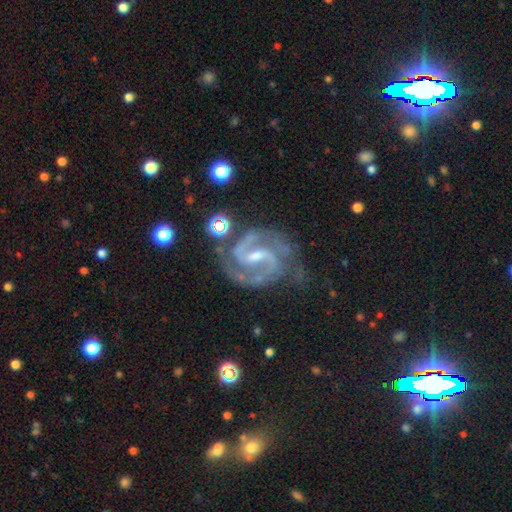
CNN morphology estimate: Smooth or featured?
  - featured or disk: 92% *
  - star or artifact: 5%
  - smooth: 3%
Edge-on disk?
  - no: 98% *
  - yes: 2%
Bar?
  - strong: 46% *
  - weak: 42%
  - no: 12%
Spiral arms?
  - yes: 99% *
  - no: 1%
Spiral winding?
  - medium: 58% *
  - tight: 33%
  - loose: 9%
Spiral arm count?
  - 2: 91% *
  - 3: 3%
  - can't tell: 2%
  - 1: 1%
  - 4: 1%
  - more than 4: 1%
Bulge size?
  - small: 66% *
  - moderate: 25%
  - none: 7%
  - large: 1%
  - dominant: 1%
Merging?
  - none: 75% *
  - minor disturbance: 16%
  - major disturbance: 6%
  - merger: 3%